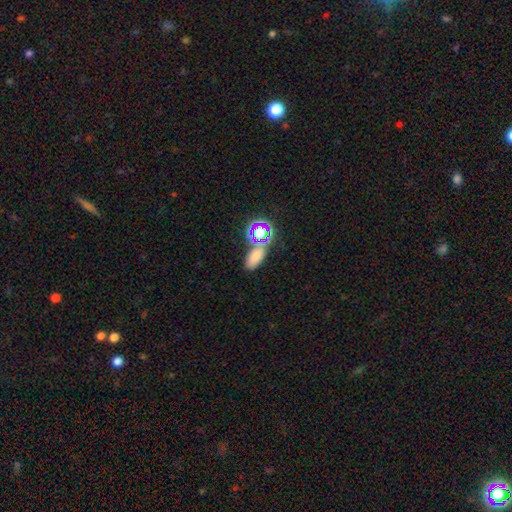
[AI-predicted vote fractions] smooth_or_featured: smooth (p=0.61) [alt: star or artifact p=0.29]
how_rounded: in between (p=0.82) [alt: round p=0.12]
merging: none (p=0.66) [alt: merger p=0.18]